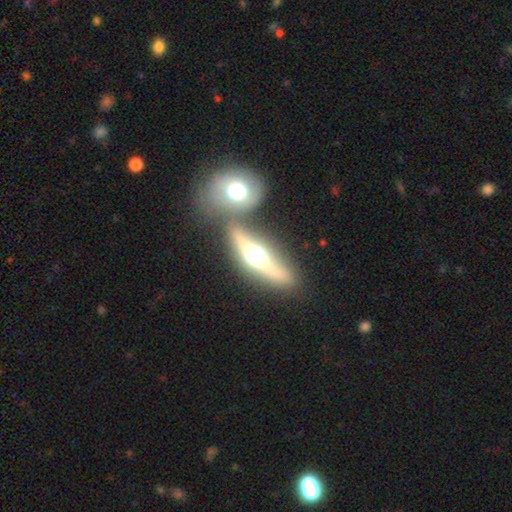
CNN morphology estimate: Smooth or featured: featured or disk — 60% (smooth — 31%)
Edge-on disk: yes — 84% (no — 16%)
Edge-on bulge: rounded — 94% (boxy — 4%)
Merging: none — 51% (merger — 35%)